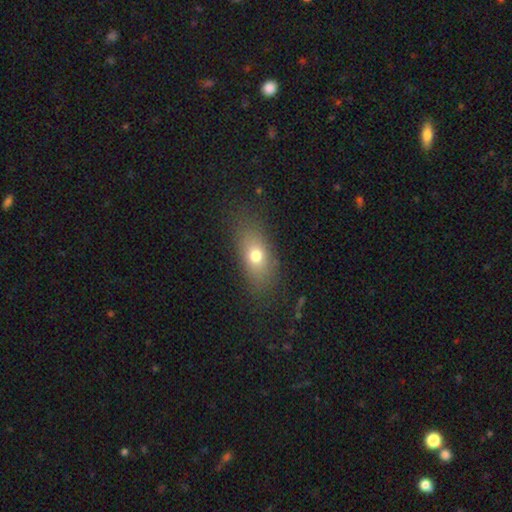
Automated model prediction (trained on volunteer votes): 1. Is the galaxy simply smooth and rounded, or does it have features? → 71% smooth, 17% featured or disk, 12% star or artifact.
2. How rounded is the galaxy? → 79% in between, 14% round, 7% cigar-shaped.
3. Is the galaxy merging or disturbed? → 80% none, 12% minor disturbance, 6% major disturbance, 1% merger.